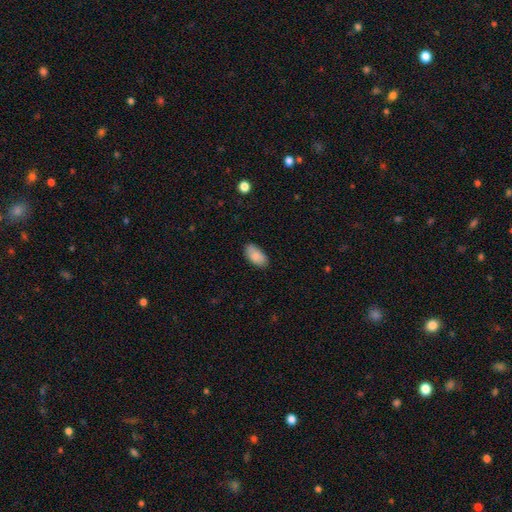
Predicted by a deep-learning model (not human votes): This appears to be a smooth galaxy with no disk features (87%) that is in between round and cigar-shaped (94%). Merging: none (81%).